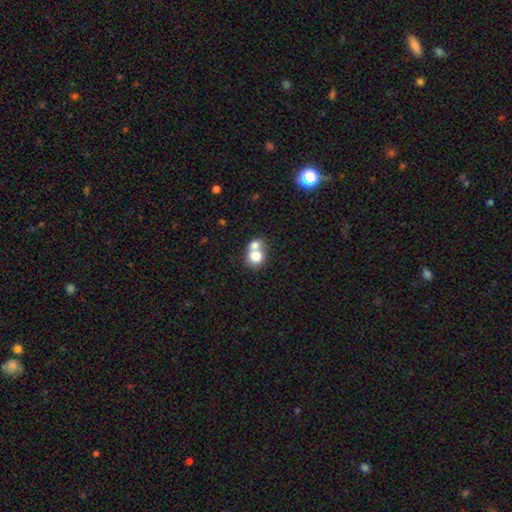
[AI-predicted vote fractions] Smooth or featured? Predicted: smooth (p=0.76). How rounded? Predicted: round (p=0.71). Merging? Predicted: merger (p=0.62).